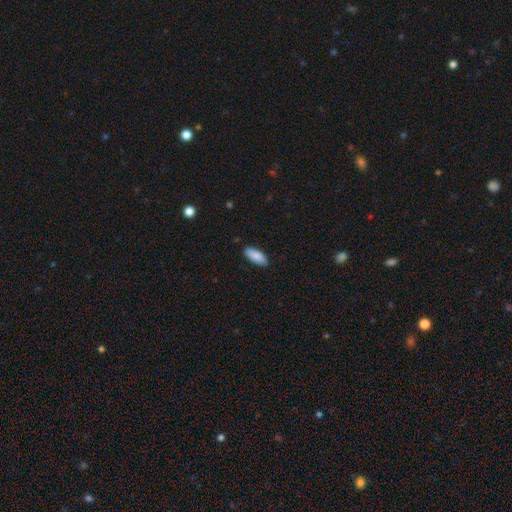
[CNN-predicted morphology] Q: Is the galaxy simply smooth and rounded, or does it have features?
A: smooth — 88%.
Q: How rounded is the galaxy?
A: in between — 70%.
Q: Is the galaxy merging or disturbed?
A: none — 87%.